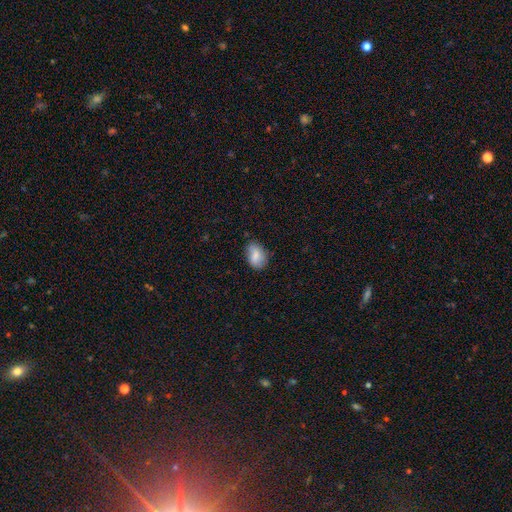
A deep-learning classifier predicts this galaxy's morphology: smooth_or_featured: smooth (p=0.78) [alt: featured or disk p=0.14]
how_rounded: in between (p=0.82) [alt: round p=0.17]
merging: none (p=0.70) [alt: minor disturbance p=0.24]